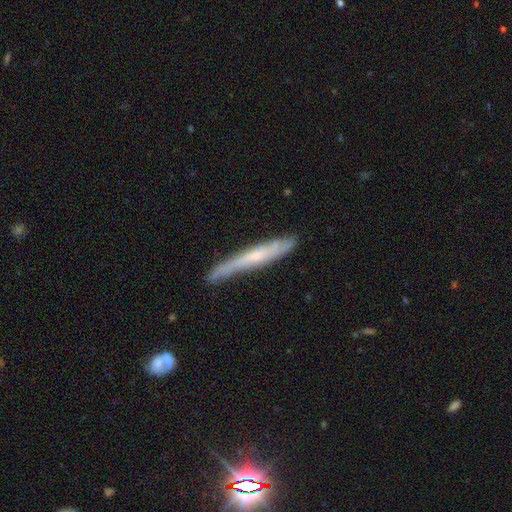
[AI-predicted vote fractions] This appears to be a featured or disk galaxy (55%) viewed edge-on (81%). Merging: none (71%).